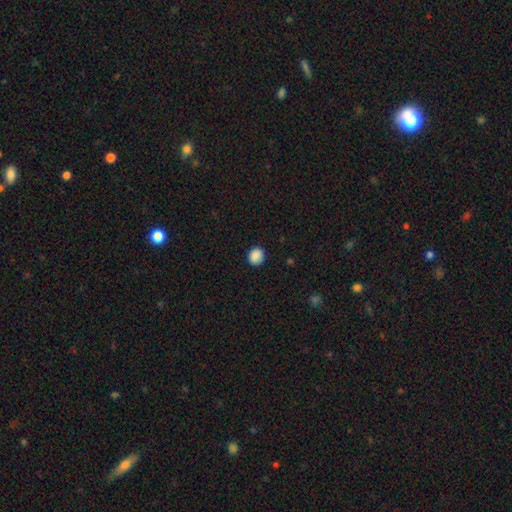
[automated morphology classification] smooth 88%, star or artifact 9%, featured or disk 3%. Down the decision tree: how rounded — round (78%); merging — none (88%).